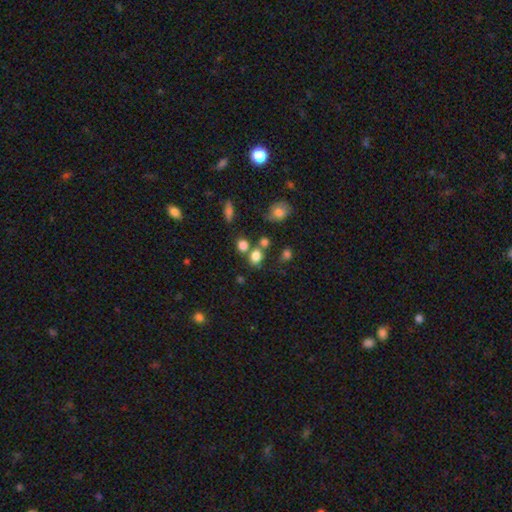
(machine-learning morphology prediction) This is likely a smooth galaxy (78%). How rounded: possibly round (50%). Merging: possibly none (57%).